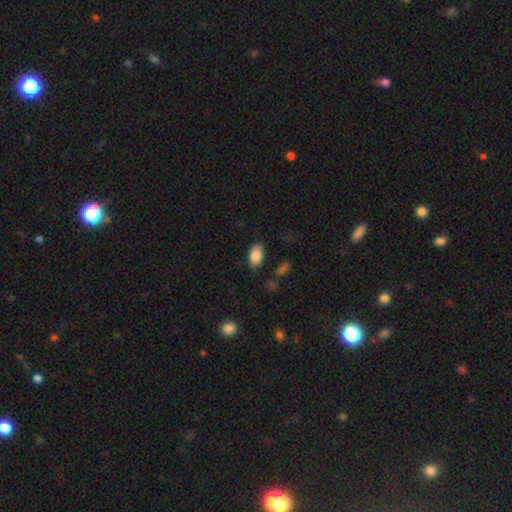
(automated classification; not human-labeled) This appears to be a smooth galaxy with no disk features (86%) that is in between round and cigar-shaped (93%). Merging: none (81%).